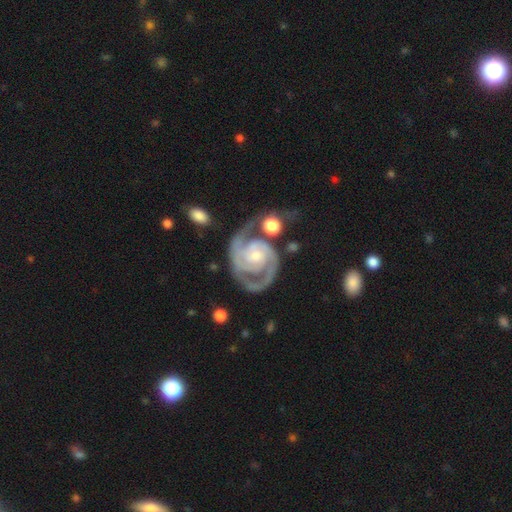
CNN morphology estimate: A featured or disk galaxy (92%) with no bar (65%), 2 (77%) tight (56%) spiral arms (98%) and a small central bulge (57%).

Vote fractions:
- Smooth or featured? featured or disk: 92% / smooth: 4% / star or artifact: 4%
- Edge-on disk? no: 98% / yes: 2%
- Bar? no: 65% / weak: 27% / strong: 8%
- Spiral arms? yes: 98% / no: 2%
- Spiral winding? tight: 56% / medium: 37% / loose: 7%
- Spiral arm count? 2: 77% / 3: 10% / can't tell: 5% / 1: 3% / 4: 2% / more than 4: 2%
- Bulge size? small: 57% / moderate: 35% / large: 4% / none: 3% / dominant: 1%
- Merging? none: 55% / minor disturbance: 20% / major disturbance: 14% / merger: 10%